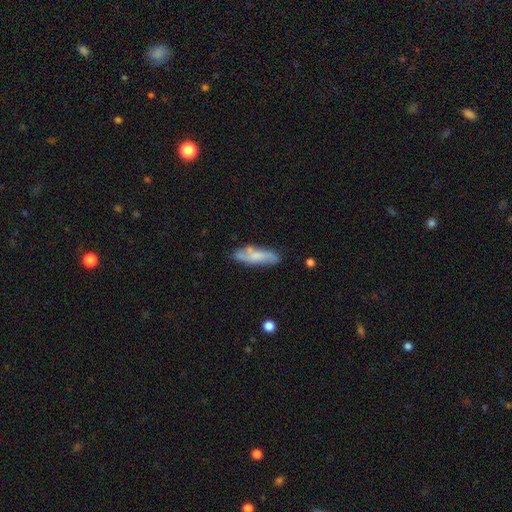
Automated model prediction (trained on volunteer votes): The model was most divided on "how rounded": cigar-shaped: 55%, in between: 43%, round: 2%. More confident: merging — none (67%); smooth or featured — smooth (55%).